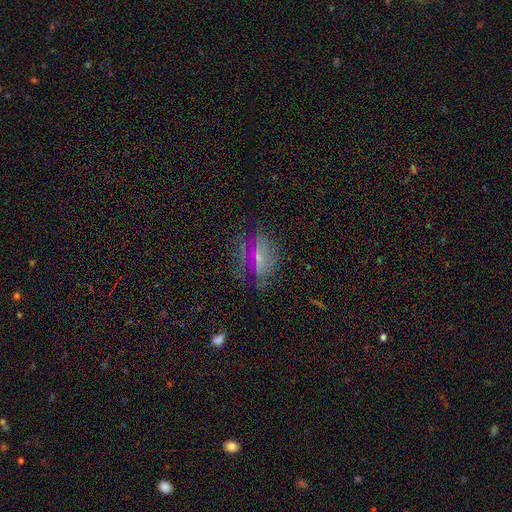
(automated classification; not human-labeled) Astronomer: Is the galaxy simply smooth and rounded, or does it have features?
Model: star or artifact — 39% (runner-up: smooth, 36%).